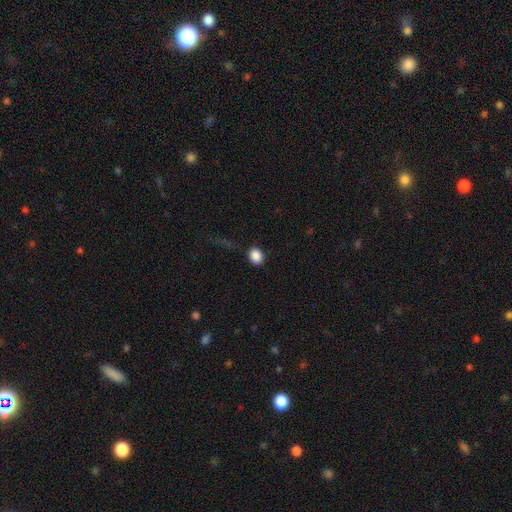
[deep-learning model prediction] Smooth or featured? smooth (87%)
How rounded? round (58%)
Merging? none (82%)